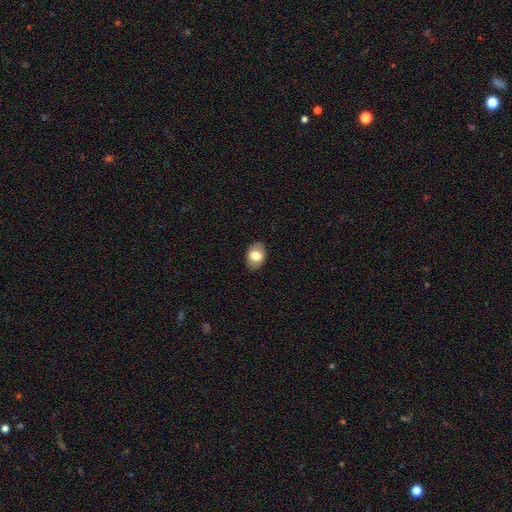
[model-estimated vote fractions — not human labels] This is likely a smooth galaxy (75%). How rounded: likely in between (78%). Merging: clearly none (87%).